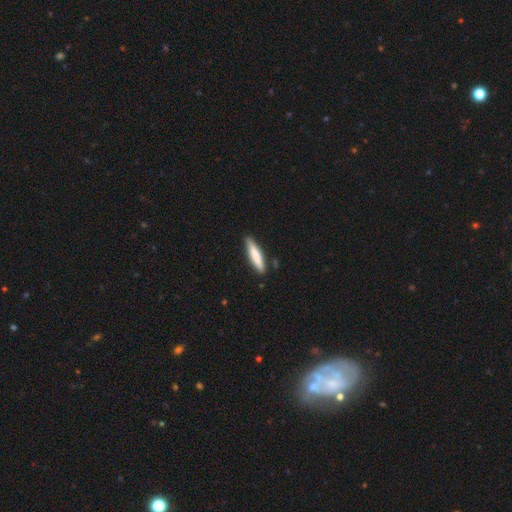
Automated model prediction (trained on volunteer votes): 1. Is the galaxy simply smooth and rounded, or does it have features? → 75% smooth, 20% featured or disk, 5% star or artifact.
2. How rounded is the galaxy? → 85% cigar-shaped, 13% in between, 1% round.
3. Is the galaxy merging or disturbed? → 86% none, 11% minor disturbance, 2% merger, 2% major disturbance.